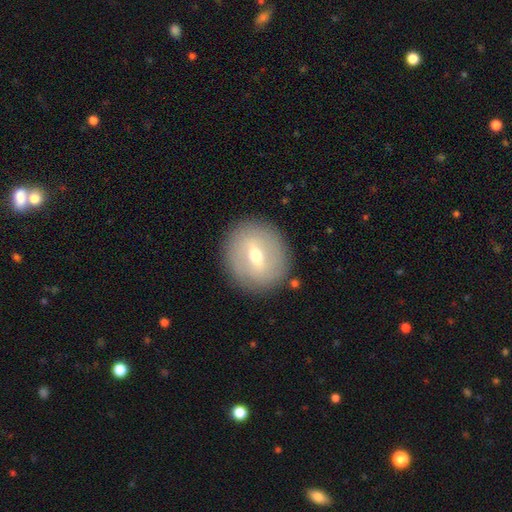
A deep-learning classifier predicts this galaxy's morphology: Smooth or featured?
  - featured or disk: 48% *
  - smooth: 43%
  - star or artifact: 8%
Merging?
  - none: 86% *
  - minor disturbance: 9%
  - major disturbance: 3%
  - merger: 1%